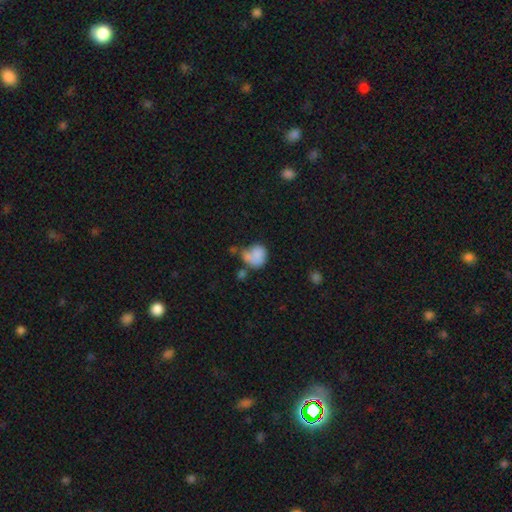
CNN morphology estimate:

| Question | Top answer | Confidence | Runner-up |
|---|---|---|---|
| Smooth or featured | smooth | 75% | featured or disk (16%) |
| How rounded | round | 61% | in between (38%) |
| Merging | none | 31% | minor disturbance (25%) |